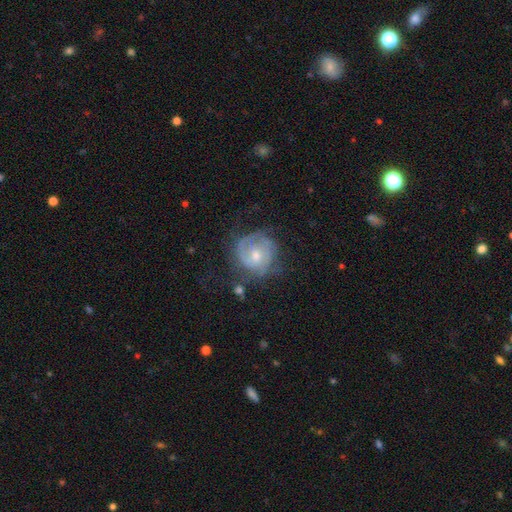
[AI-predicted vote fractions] This is likely a featured or disk galaxy (80%). It is clearly not viewed edge-on (98%). Bar: likely no (67%). Spiral arm pattern: clearly yes (93%). Spiral arm count: marginally 2 (37%). Spiral winding: likely tight (63%). Central bulge: possibly moderate (53%). Merging: likely none (66%).